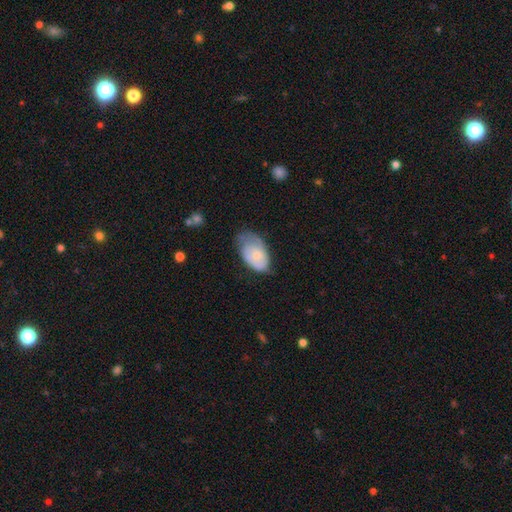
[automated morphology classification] smooth 61%, featured or disk 32%, star or artifact 6%. Down the decision tree: how rounded — in between (93%); merging — minor disturbance (41%).